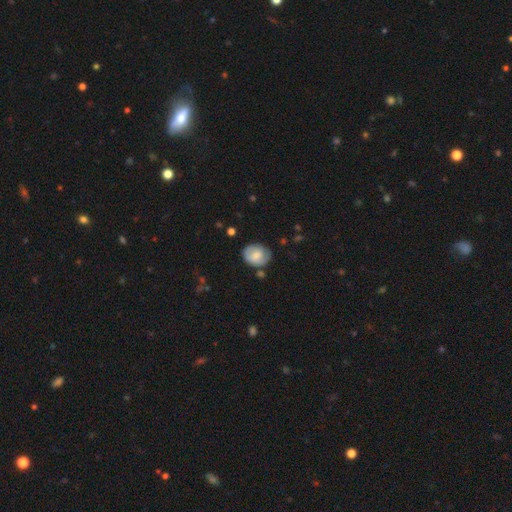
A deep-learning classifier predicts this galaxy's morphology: Smooth or featured? Predicted: smooth (p=0.64). How rounded? Predicted: round (p=0.52). Merging? Predicted: none (p=0.65).